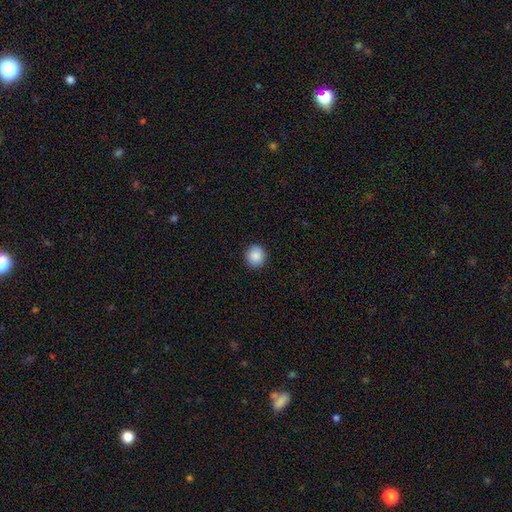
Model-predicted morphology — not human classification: smooth_or_featured: smooth (p=0.88) [alt: star or artifact p=0.08]
how_rounded: round (p=0.87) [alt: in between p=0.12]
merging: none (p=0.91) [alt: minor disturbance p=0.06]